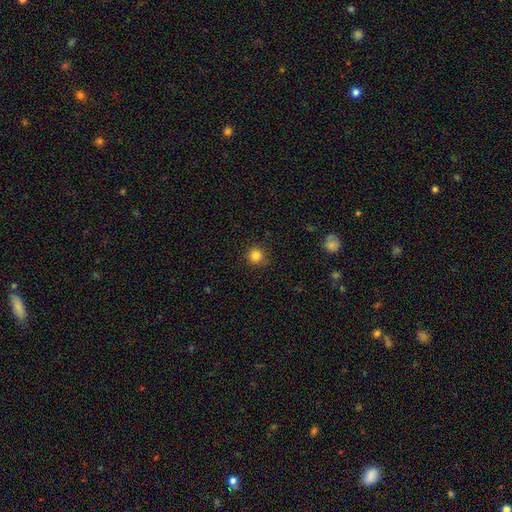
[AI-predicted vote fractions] smooth_or_featured: smooth (p=0.84) [alt: star or artifact p=0.12]
how_rounded: round (p=0.94) [alt: in between p=0.05]
merging: none (p=0.87) [alt: minor disturbance p=0.09]